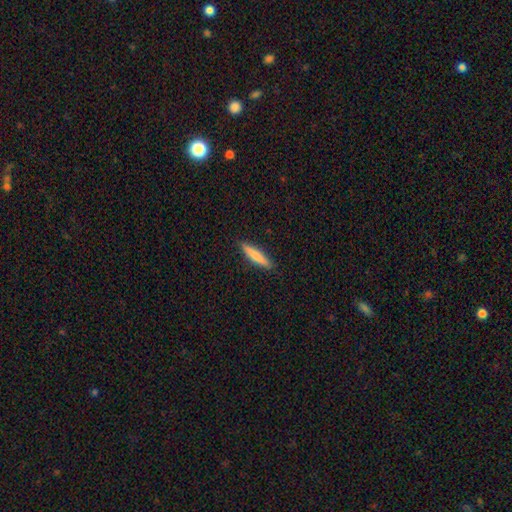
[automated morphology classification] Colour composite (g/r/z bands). It shows a smooth galaxy with no disk features (71%) that is cigar-shaped (89%). Merging: none (90%).